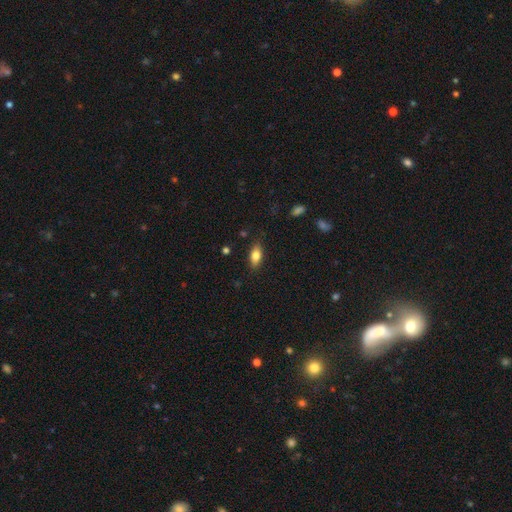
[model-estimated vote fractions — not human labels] A smooth galaxy with no disk features (80%) that is in between round and cigar-shaped (85%).

Vote fractions:
- Smooth or featured? smooth: 80% / featured or disk: 12% / star or artifact: 7%
- How rounded? in between: 85% / cigar-shaped: 11% / round: 4%
- Merging? none: 83% / minor disturbance: 13% / major disturbance: 3% / merger: 1%